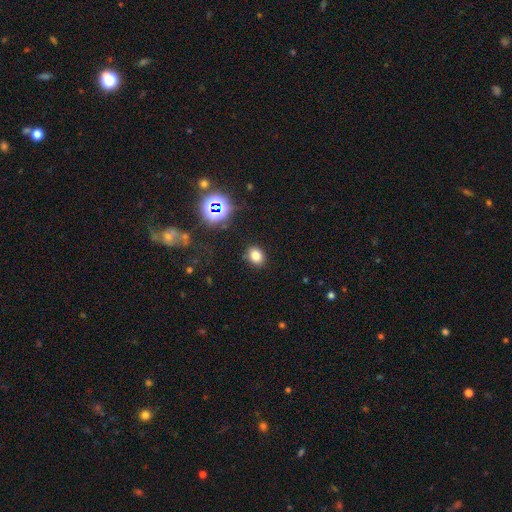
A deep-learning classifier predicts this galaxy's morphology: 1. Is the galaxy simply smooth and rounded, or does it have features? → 77% smooth, 16% star or artifact, 7% featured or disk.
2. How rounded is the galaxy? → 57% in between, 42% round, 1% cigar-shaped.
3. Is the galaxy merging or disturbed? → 86% none, 10% minor disturbance, 3% major disturbance, 2% merger.